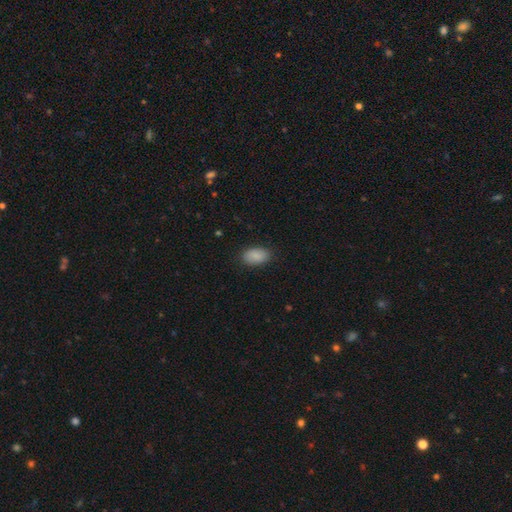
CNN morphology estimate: Smooth or featured: smooth — 88% (star or artifact — 7%)
How rounded: in between — 93% (round — 6%)
Merging: none — 86% (minor disturbance — 10%)